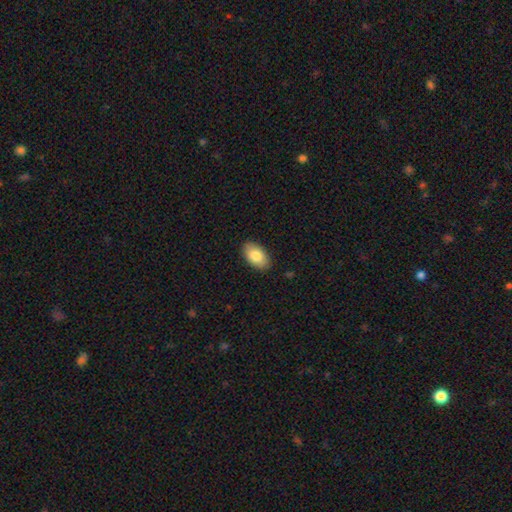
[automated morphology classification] smooth 83%, featured or disk 11%, star or artifact 6%. Down the decision tree: how rounded — in between (93%); merging — none (88%).